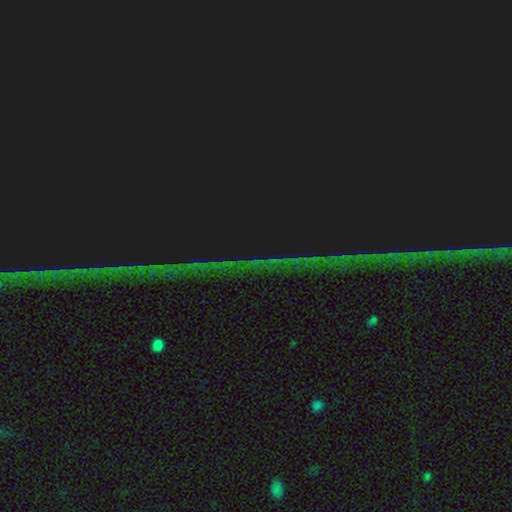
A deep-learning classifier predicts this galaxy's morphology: Overall: star or artifact (85%).